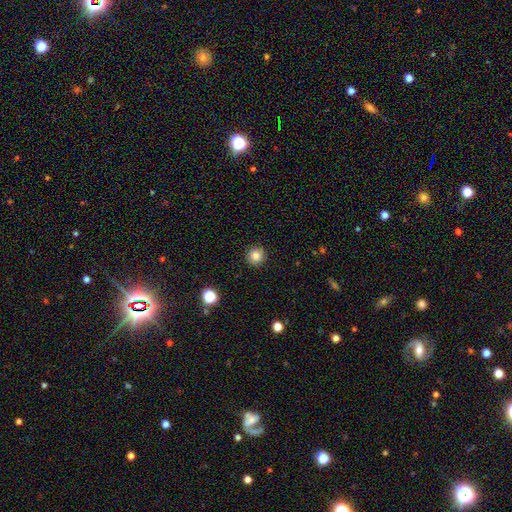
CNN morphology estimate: Smooth or featured?
  - smooth: 82% *
  - star or artifact: 11%
  - featured or disk: 6%
How rounded?
  - round: 94% *
  - in between: 5%
  - cigar-shaped: 1%
Merging?
  - none: 91% *
  - minor disturbance: 6%
  - major disturbance: 2%
  - merger: 1%